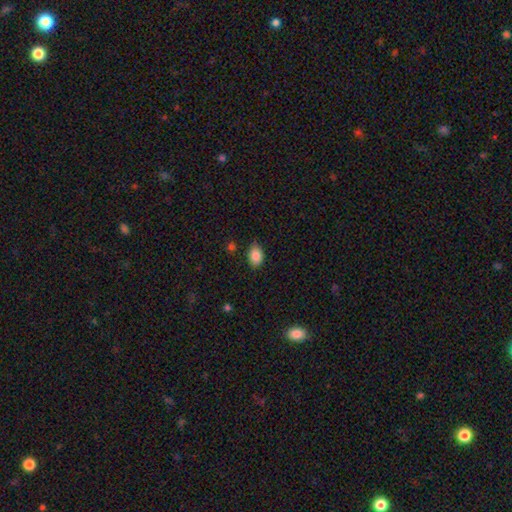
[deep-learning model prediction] Morphology: type=smooth (86%); roundness=in between (83%); merging=none (79%).